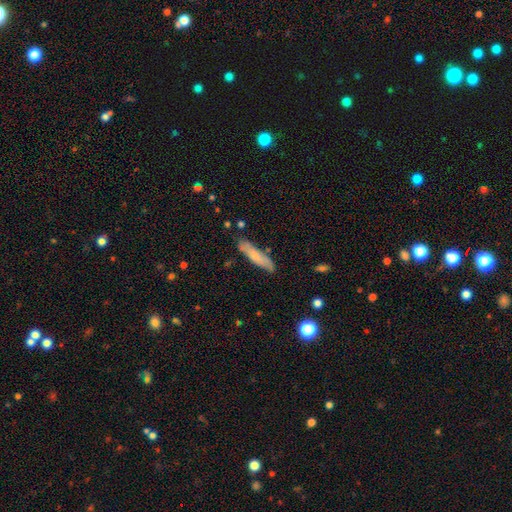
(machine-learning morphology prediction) This appears to be a smooth galaxy with no disk features (64%) that is cigar-shaped (79%). Merging: none (79%).